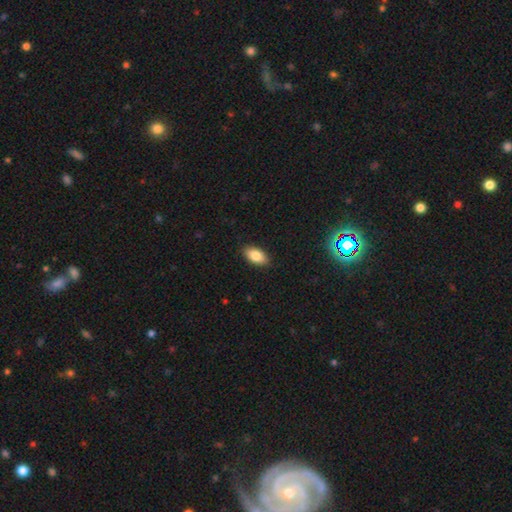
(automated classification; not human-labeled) A smooth galaxy with no disk features (85%) that is in between round and cigar-shaped (94%). Merging: none (89%).